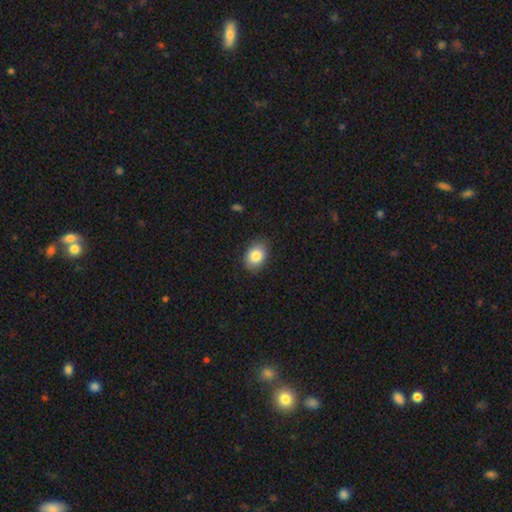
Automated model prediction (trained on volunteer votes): Smooth or featured?
  - smooth: 86% *
  - star or artifact: 7%
  - featured or disk: 7%
How rounded?
  - in between: 74% *
  - round: 25%
  - cigar-shaped: 1%
Merging?
  - none: 86% *
  - minor disturbance: 11%
  - major disturbance: 2%
  - merger: 1%